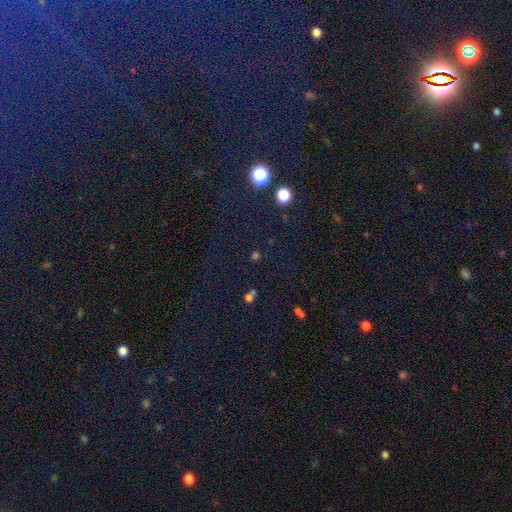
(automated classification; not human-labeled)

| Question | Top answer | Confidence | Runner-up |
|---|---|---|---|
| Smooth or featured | star or artifact | 60% | smooth (31%) |